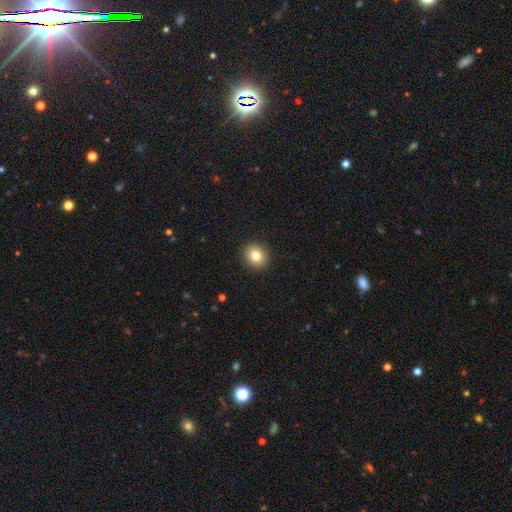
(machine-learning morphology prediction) This is clearly a smooth galaxy (81%). How rounded: likely round (80%). Merging: clearly none (92%).